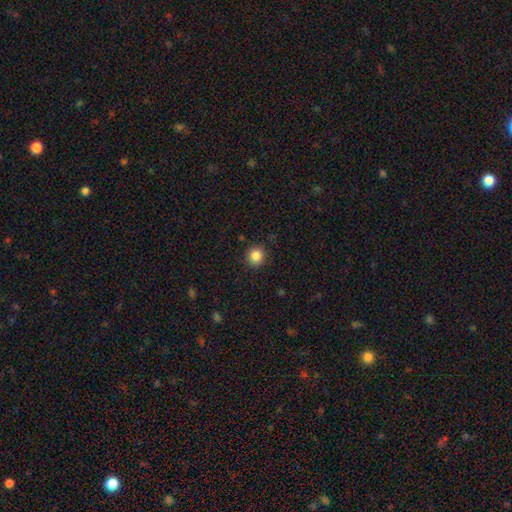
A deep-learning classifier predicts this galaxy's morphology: Q: Smooth or featured?
A: smooth (86%); runner-up: star or artifact (11%)
Q: How rounded?
A: round (91%); runner-up: in between (8%)
Q: Merging?
A: none (90%); runner-up: minor disturbance (7%)